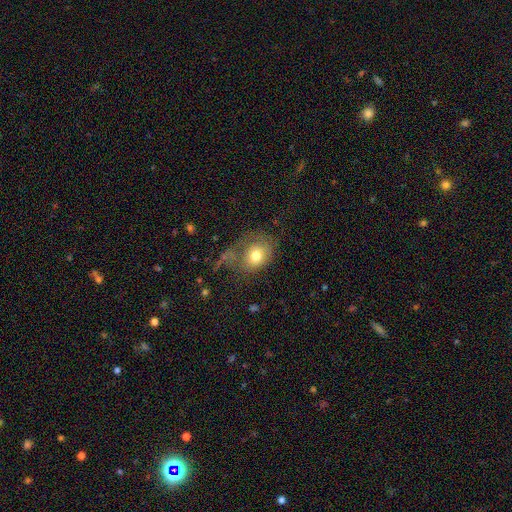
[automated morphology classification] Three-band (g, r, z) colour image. It shows a smooth galaxy with no disk features (74%) that is in between round and cigar-shaped (50%). Merging: none (39%).